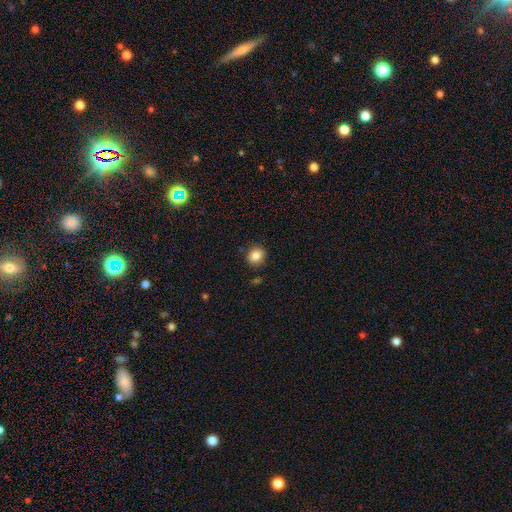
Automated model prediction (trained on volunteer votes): Smooth or featured: smooth — 85% (star or artifact — 10%)
How rounded: round — 72% (in between — 27%)
Merging: none — 87% (minor disturbance — 8%)